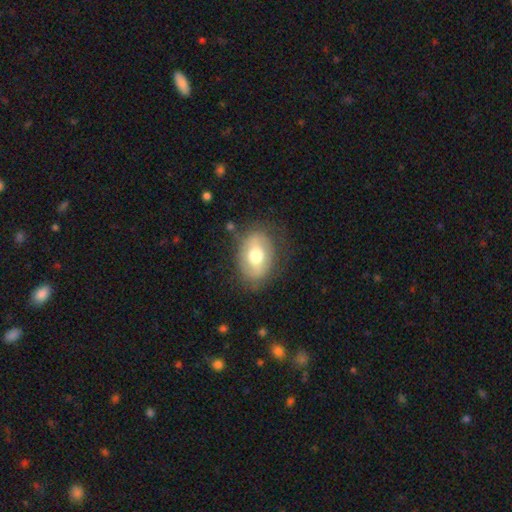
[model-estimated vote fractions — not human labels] A smooth galaxy with no disk features (54%) that is in between round and cigar-shaped (78%). Merging: none (75%).